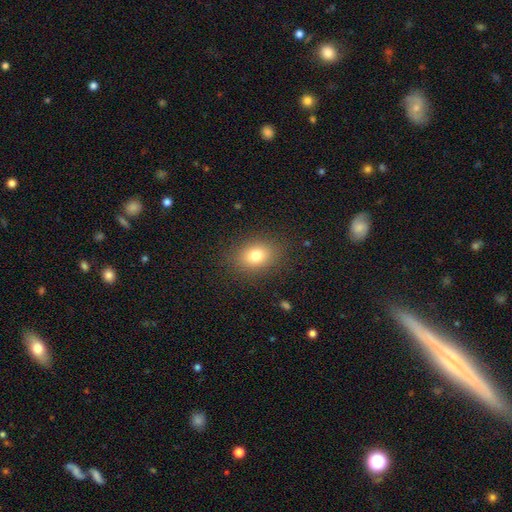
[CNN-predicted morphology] Q: Smooth or featured?
A: smooth (79%); runner-up: star or artifact (11%)
Q: How rounded?
A: in between (67%); runner-up: round (32%)
Q: Merging?
A: none (85%); runner-up: minor disturbance (10%)